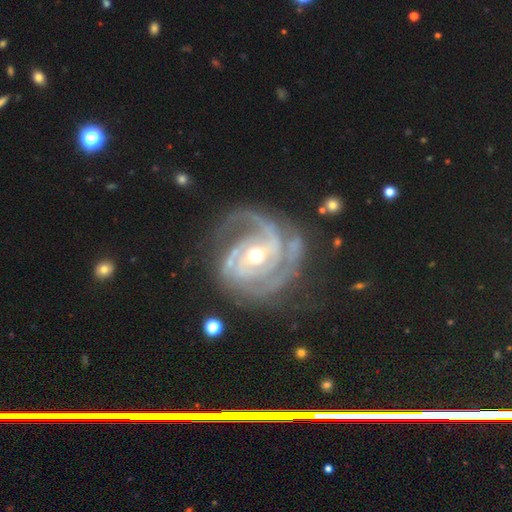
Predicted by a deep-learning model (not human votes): Q: Smooth or featured?
A: featured or disk (92%); runner-up: star or artifact (4%)
Q: Edge-on disk?
A: no (98%); runner-up: yes (2%)
Q: Bar?
A: no (47%); runner-up: weak (35%)
Q: Spiral arms?
A: yes (97%); runner-up: no (3%)
Q: Spiral winding?
A: tight (55%); runner-up: medium (36%)
Q: Spiral arm count?
A: 2 (39%); runner-up: 3 (29%)
Q: Bulge size?
A: moderate (69%); runner-up: small (25%)
Q: Merging?
A: none (63%); runner-up: minor disturbance (21%)